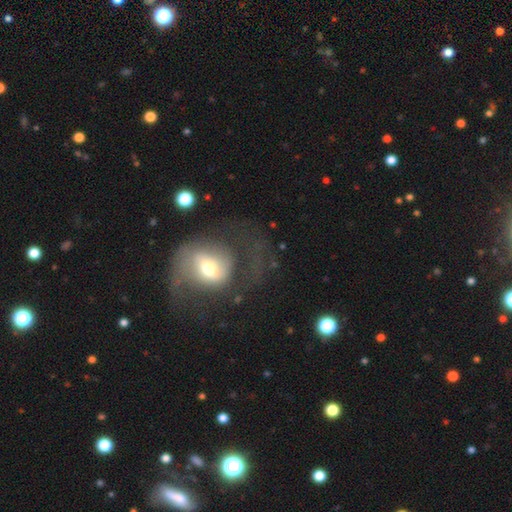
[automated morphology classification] The model was most divided on "bar" (2-way tie): no: 40%, weak: 40%, strong: 20%. Remaining: edge-on disk — no (96%); spiral arms — yes (79%); spiral arm count — 2 (76%); smooth or featured — featured or disk (70%); bulge size — moderate (58%); merging — none (55%); spiral winding — medium (44%).